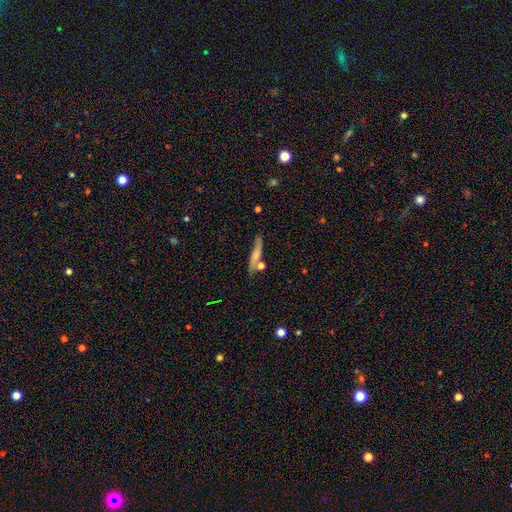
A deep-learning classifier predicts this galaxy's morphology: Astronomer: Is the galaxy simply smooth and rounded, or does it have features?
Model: smooth — 58% (runner-up: featured or disk, 35%).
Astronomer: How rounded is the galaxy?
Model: cigar-shaped — 84%.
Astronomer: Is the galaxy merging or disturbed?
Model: none — 64%.